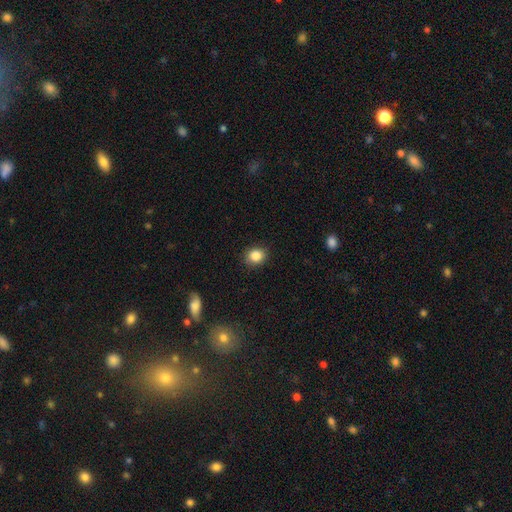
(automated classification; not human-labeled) smooth_or_featured: smooth (p=0.86) [alt: star or artifact p=0.09]
how_rounded: round (p=0.66) [alt: in between p=0.33]
merging: none (p=0.87) [alt: minor disturbance p=0.10]